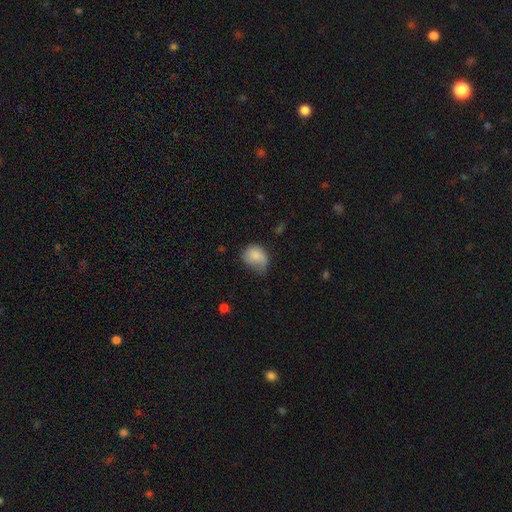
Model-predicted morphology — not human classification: Overall: smooth (80%). How rounded: in between (55%; round 44%). Merging: minor disturbance (44%; none 32%).